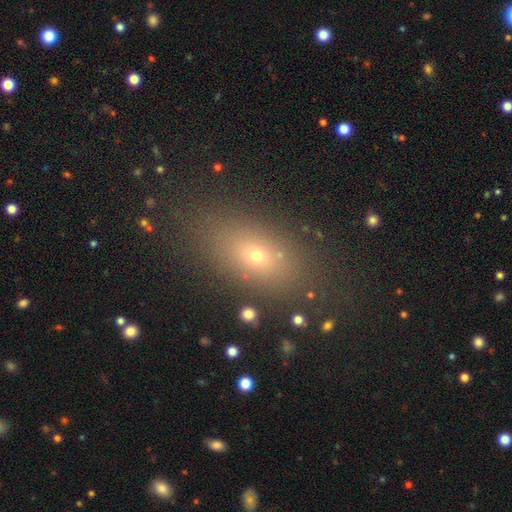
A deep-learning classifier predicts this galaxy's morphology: Q: Smooth or featured?
A: smooth (62%); runner-up: star or artifact (21%)
Q: How rounded?
A: in between (74%); runner-up: round (18%)
Q: Merging?
A: none (83%); runner-up: minor disturbance (10%)